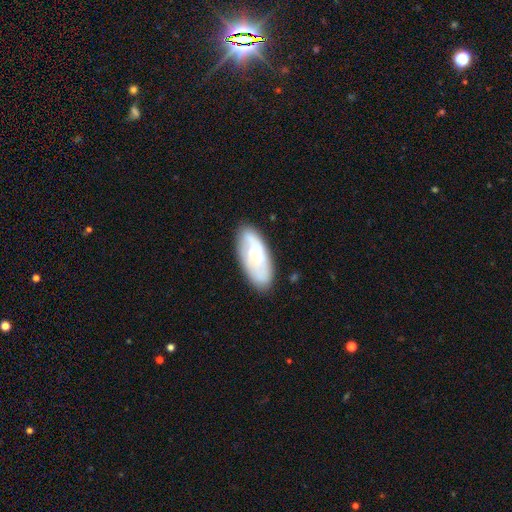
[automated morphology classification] featured or disk 51%, smooth 43%, star or artifact 6%. Down the decision tree: edge-on disk — no (87%); merging — none (81%).